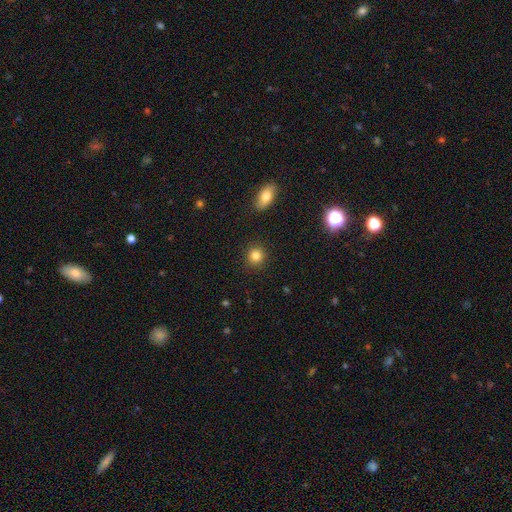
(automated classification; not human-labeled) Morphology: type=smooth (83%); roundness=round (89%); merging=none (91%).